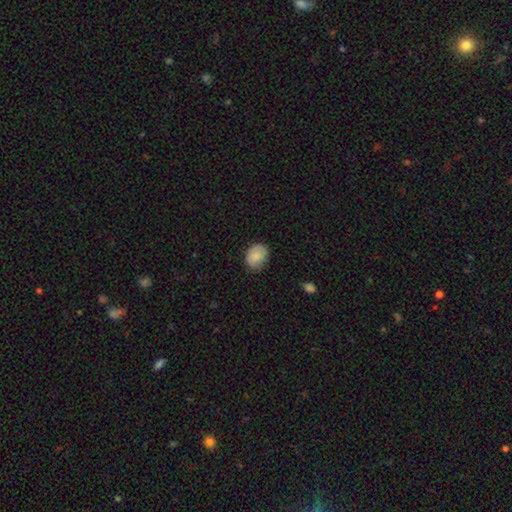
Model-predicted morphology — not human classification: This appears to be a smooth galaxy with no disk features (84%) that is in between round and cigar-shaped (52%). Merging: none (74%).